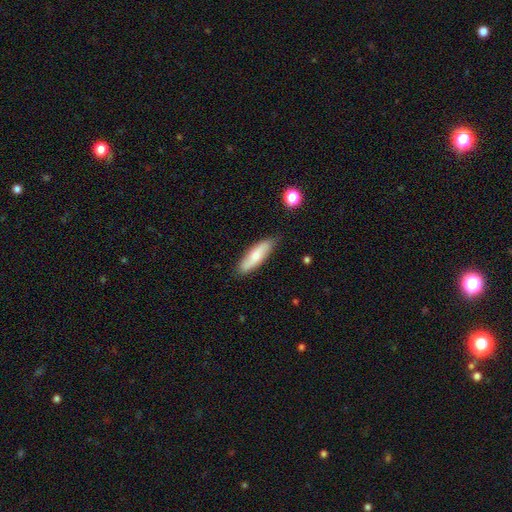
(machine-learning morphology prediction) smooth_or_featured: smooth (p=0.64) [alt: featured or disk p=0.30]
how_rounded: cigar-shaped (p=0.57) [alt: in between p=0.41]
merging: none (p=0.81) [alt: minor disturbance p=0.15]